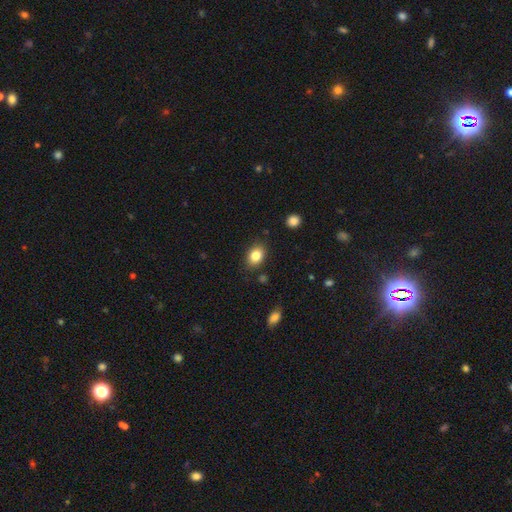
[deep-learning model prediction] This is clearly a smooth galaxy (84%). How rounded: likely in between (72%). Merging: clearly none (84%).